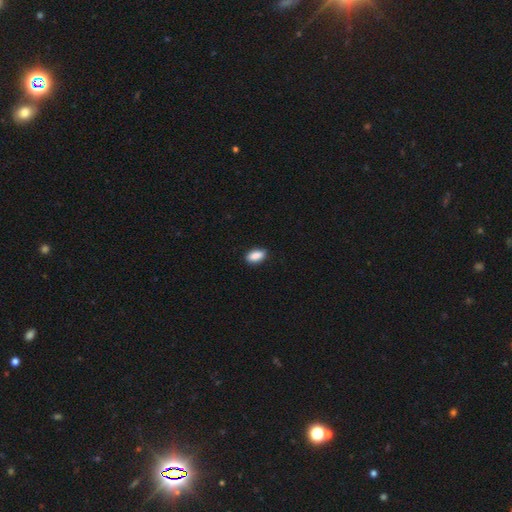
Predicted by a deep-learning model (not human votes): smooth-or-featured: smooth: 90% | star or artifact: 7% | featured or disk: 4%
  how-rounded: in between: 91% | round: 5% | cigar-shaped: 4%
  merging: none: 87% | minor disturbance: 10% | major disturbance: 2% | merger: 1%